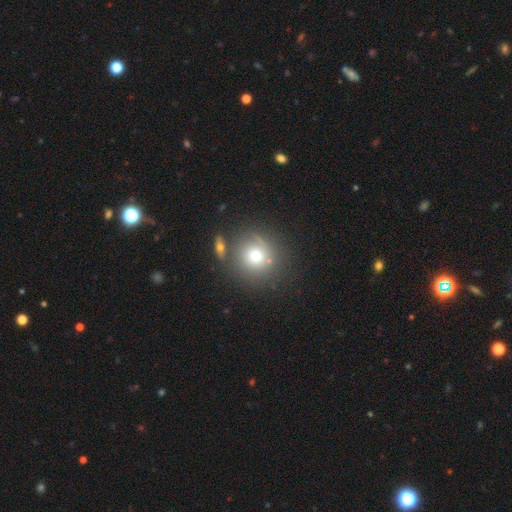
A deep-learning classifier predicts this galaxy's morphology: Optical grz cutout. It shows a smooth galaxy with no disk features (69%) that is round (92%). Merging: none (70%).